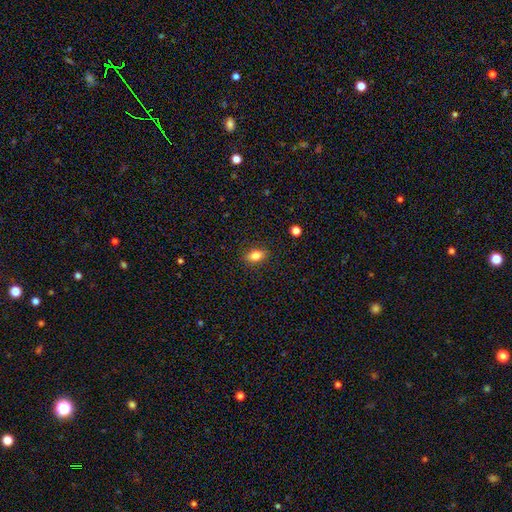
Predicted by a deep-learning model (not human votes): Smooth or featured? Predicted: smooth (p=0.81). How rounded? Predicted: in between (p=0.81). Merging? Predicted: none (p=0.88).